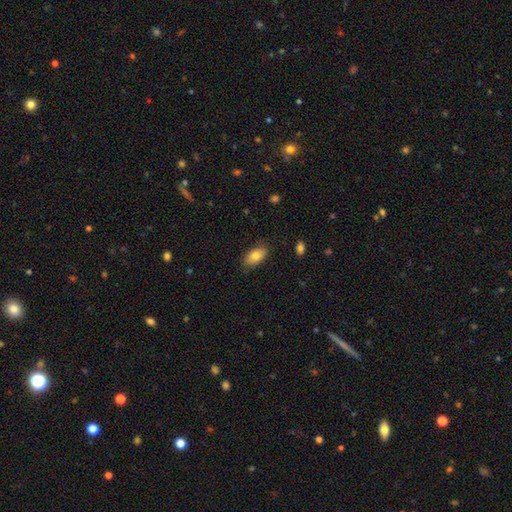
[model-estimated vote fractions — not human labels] Smooth or featured? smooth (78%)
How rounded? in between (92%)
Merging? none (82%)